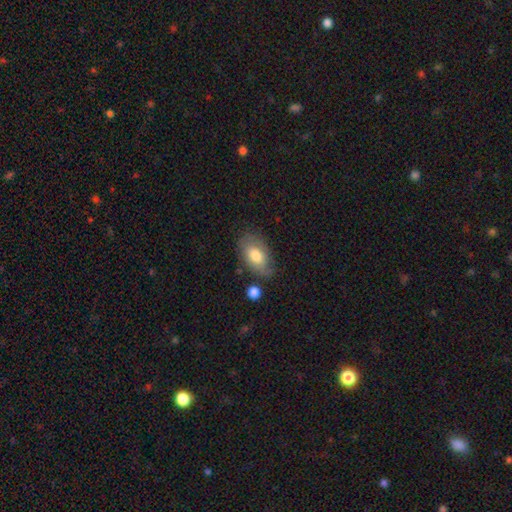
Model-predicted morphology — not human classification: A smooth galaxy with no disk features (72%) that is in between round and cigar-shaped (92%).

Vote fractions:
- Smooth or featured? smooth: 72% / featured or disk: 21% / star or artifact: 7%
- How rounded? in between: 92% / round: 6% / cigar-shaped: 2%
- Merging? none: 63% / minor disturbance: 25% / major disturbance: 7% / merger: 5%